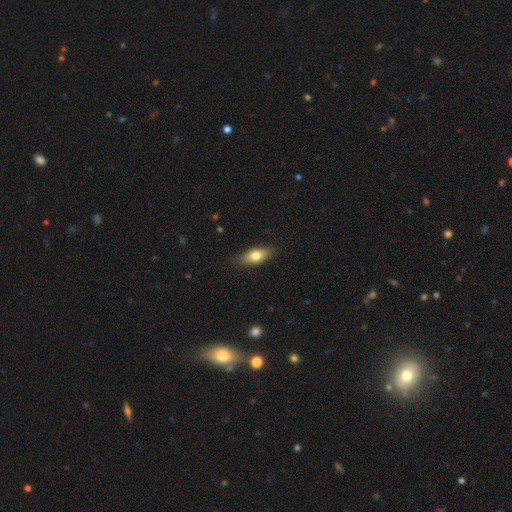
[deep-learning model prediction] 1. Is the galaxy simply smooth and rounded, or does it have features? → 74% smooth, 19% featured or disk, 7% star or artifact.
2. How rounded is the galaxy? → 75% in between, 21% cigar-shaped, 4% round.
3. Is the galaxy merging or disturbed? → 86% none, 11% minor disturbance, 2% major disturbance, 1% merger.